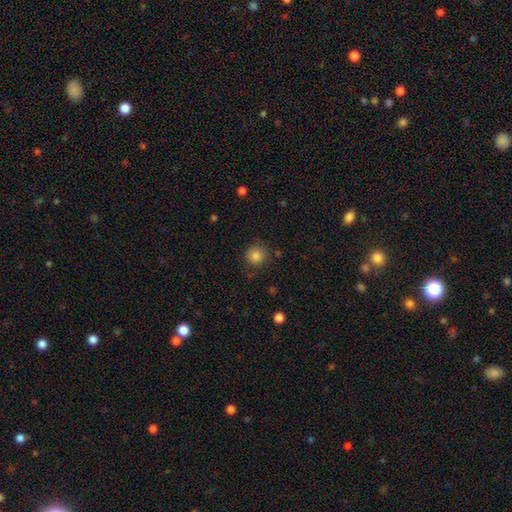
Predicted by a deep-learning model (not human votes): The model was most divided on "merging": none: 82%, minor disturbance: 12%, major disturbance: 3%, merger: 2%. More confident: how rounded — round (93%); smooth or featured — smooth (85%).